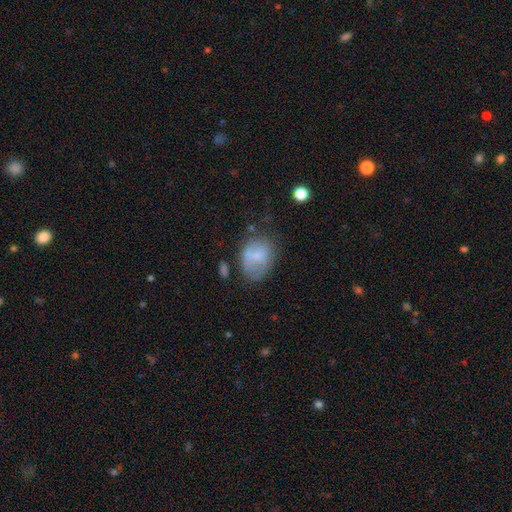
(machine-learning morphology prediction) Smooth or featured: smooth — 59% (featured or disk — 32%)
How rounded: in between — 62% (round — 37%)
Merging: none — 43% (minor disturbance — 30%)